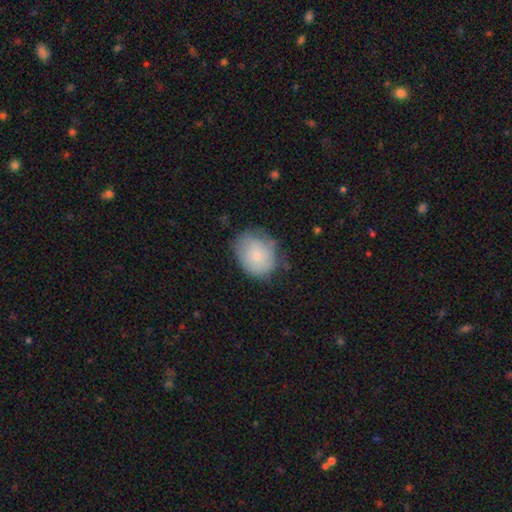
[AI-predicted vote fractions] Smooth or featured? Predicted: smooth (p=0.70). How rounded? Predicted: round (p=0.56). Merging? Predicted: none (p=0.63).